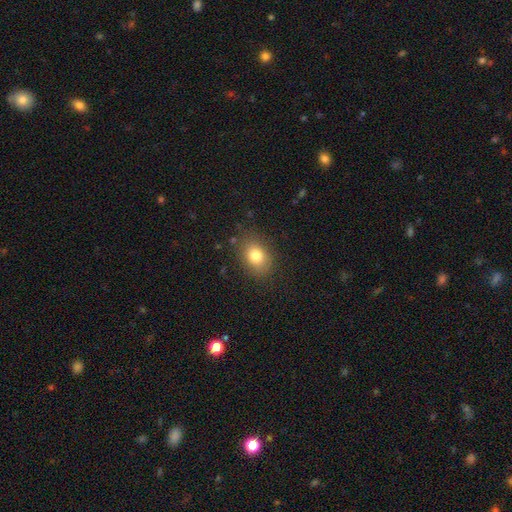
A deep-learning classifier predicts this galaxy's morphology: Overall: smooth (79%). How rounded: in between (65%; round 34%). Merging: none (83%).